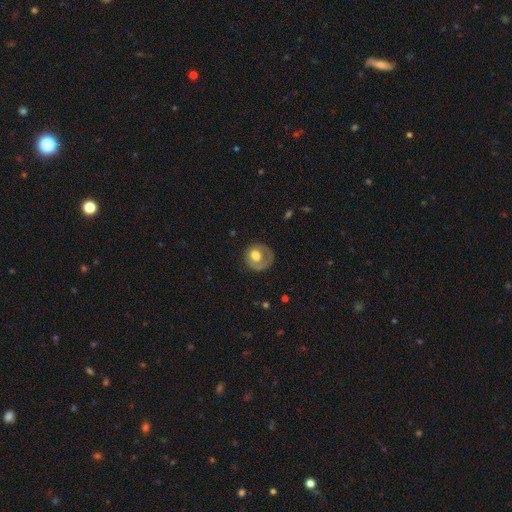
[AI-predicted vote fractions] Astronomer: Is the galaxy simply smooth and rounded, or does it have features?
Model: smooth — 58% (runner-up: featured or disk, 34%).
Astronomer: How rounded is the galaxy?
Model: round — 83%.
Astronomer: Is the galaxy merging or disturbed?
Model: none — 60%.